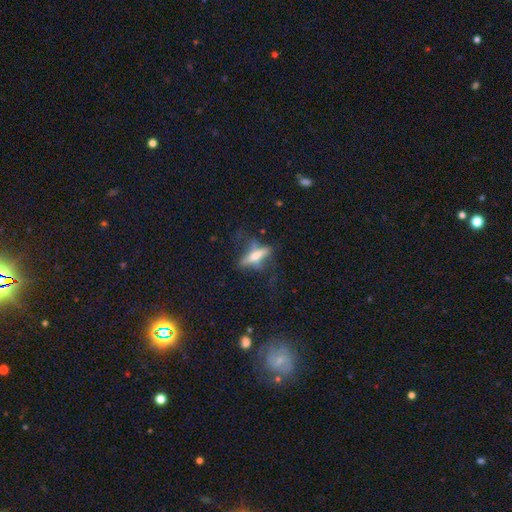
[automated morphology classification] Smooth or featured? featured or disk (58%)
Edge-on disk? yes (83%)
Merging? none (58%)